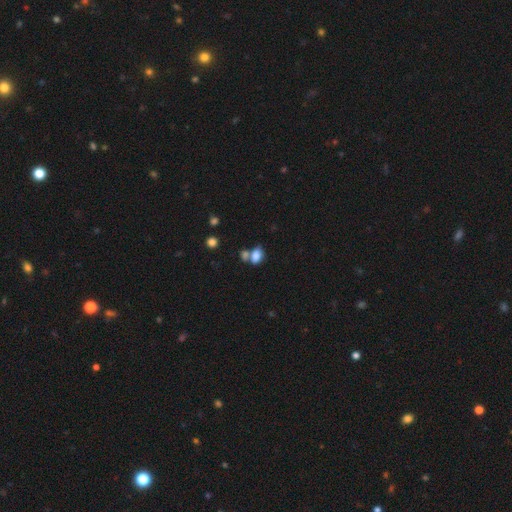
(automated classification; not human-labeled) Q: Smooth or featured?
A: smooth (81%); runner-up: star or artifact (10%)
Q: How rounded?
A: in between (85%); runner-up: round (13%)
Q: Merging?
A: merger (43%); runner-up: none (38%)